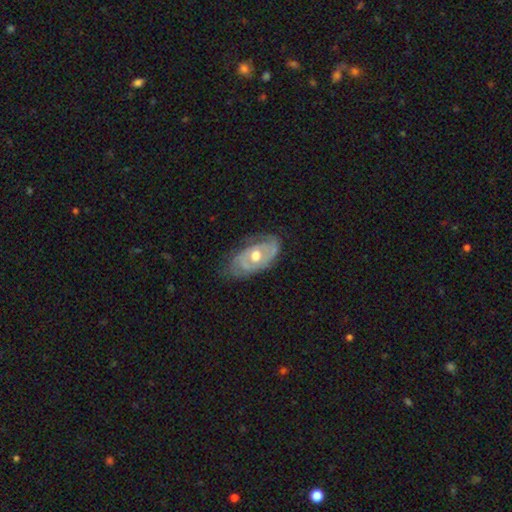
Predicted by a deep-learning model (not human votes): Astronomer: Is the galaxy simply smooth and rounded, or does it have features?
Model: featured or disk — 77%.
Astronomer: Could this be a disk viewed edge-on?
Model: no — 92%.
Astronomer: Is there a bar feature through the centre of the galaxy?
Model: no — 74%.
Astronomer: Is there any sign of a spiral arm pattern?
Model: yes — 80%.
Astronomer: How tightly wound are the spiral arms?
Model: tight — 60%.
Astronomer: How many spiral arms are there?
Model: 2 — 52% (runner-up: can't tell, 29%).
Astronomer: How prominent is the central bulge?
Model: moderate — 78%.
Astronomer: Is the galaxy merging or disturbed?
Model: none — 68%.